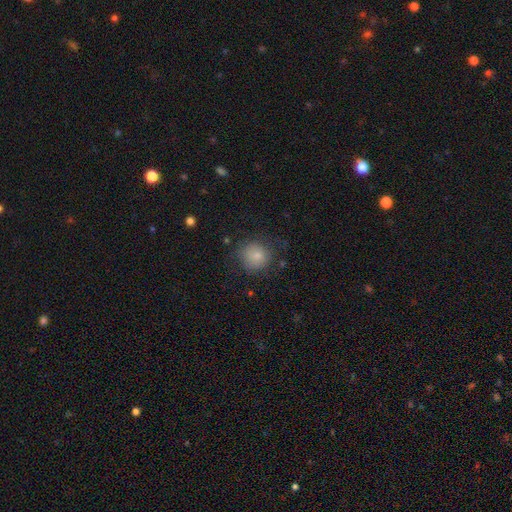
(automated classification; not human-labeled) Overall: smooth (82%). How rounded: round (88%). Merging: none (70%).